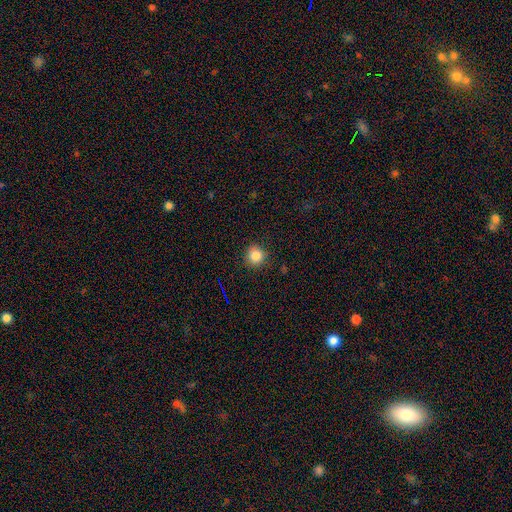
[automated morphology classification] Smooth or featured: smooth — 84% (star or artifact — 11%)
How rounded: round — 92% (in between — 7%)
Merging: none — 89% (minor disturbance — 7%)